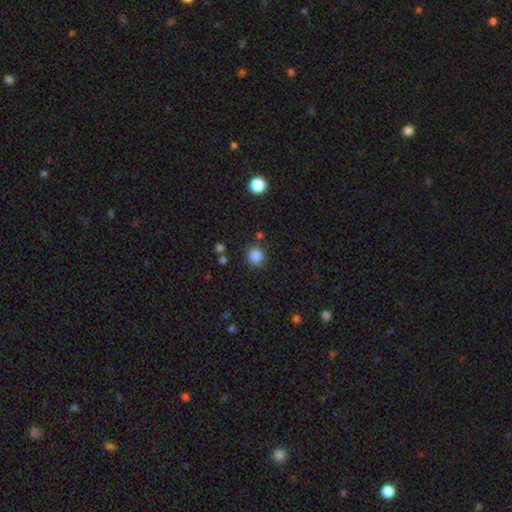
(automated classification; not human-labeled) The model was most divided on "merging": none: 82%, minor disturbance: 11%, merger: 4%, major disturbance: 4%. More confident: how rounded — round (87%); smooth or featured — smooth (85%).